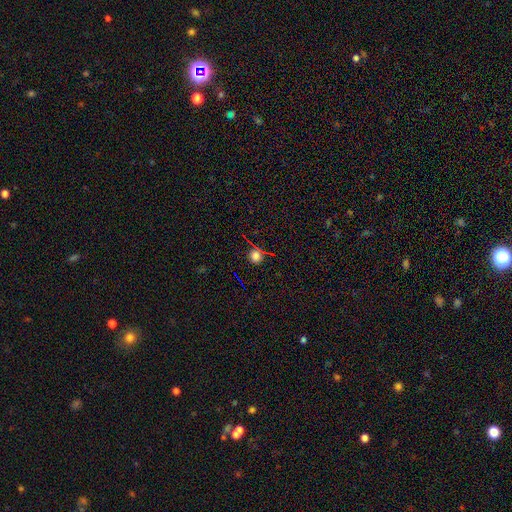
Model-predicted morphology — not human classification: A smooth galaxy with no disk features (68%) that is round (91%). Merging: none (81%).